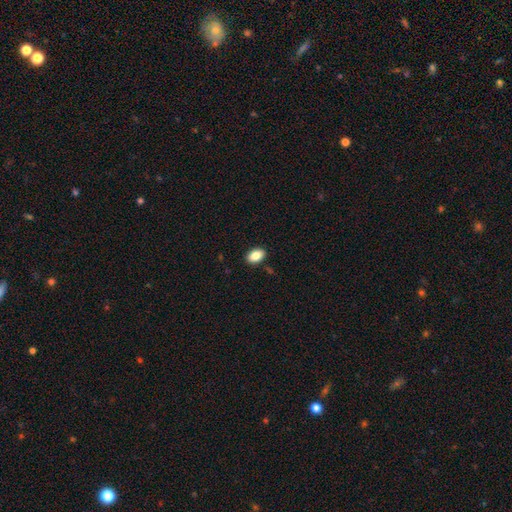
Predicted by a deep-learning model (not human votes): Smooth or featured? smooth (85%)
How rounded? in between (88%)
Merging? none (89%)